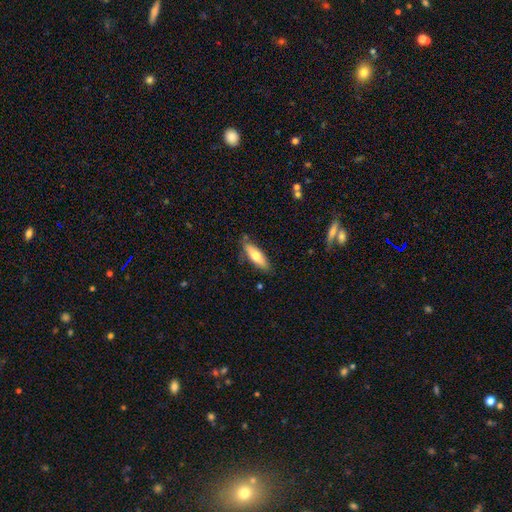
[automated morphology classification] Overall: smooth (67%; featured or disk 27%). How rounded: cigar-shaped (53%; in between 45%). Merging: none (77%).